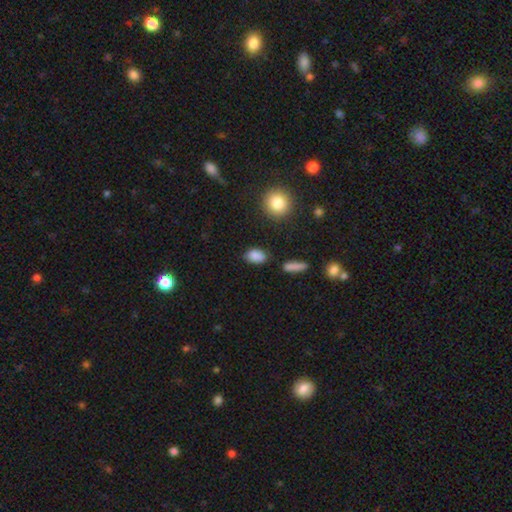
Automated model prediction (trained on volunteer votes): Overall: smooth (87%). How rounded: in between (86%). Merging: none (80%).